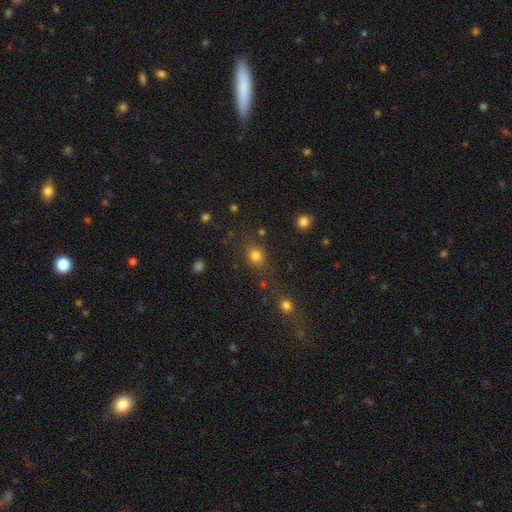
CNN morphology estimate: The model was most divided on "how rounded": round: 77%, in between: 21%, cigar-shaped: 1%. More confident: smooth or featured — smooth (80%); merging — none (75%).